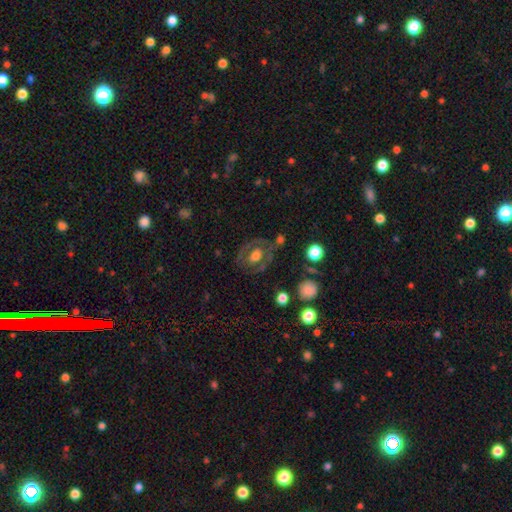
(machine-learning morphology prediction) Overall: featured or disk (54%; smooth 39%). Edge-on disk: no (94%). Bar: no (79%). Spiral arms: no (78%). Bulge size: moderate (48%; large 36%). Merging: none (66%).